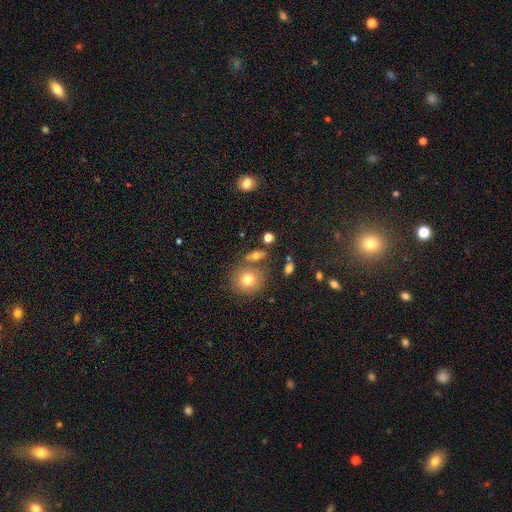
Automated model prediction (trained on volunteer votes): A smooth galaxy with no disk features (65%) that is in between round and cigar-shaped (53%).

Vote fractions:
- Smooth or featured? smooth: 65% / featured or disk: 20% / star or artifact: 15%
- How rounded? in between: 53% / round: 35% / cigar-shaped: 12%
- Merging? none: 64% / merger: 18% / minor disturbance: 12% / major disturbance: 5%